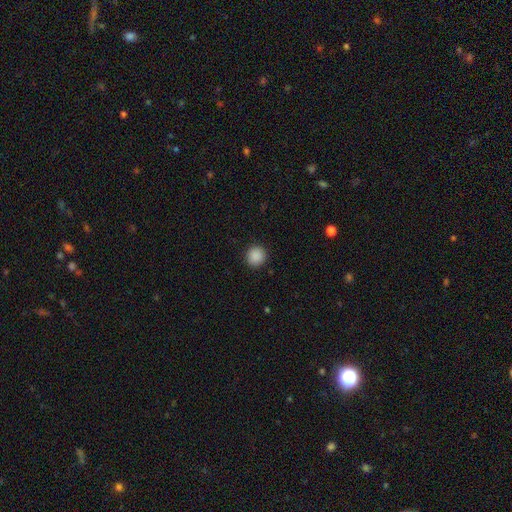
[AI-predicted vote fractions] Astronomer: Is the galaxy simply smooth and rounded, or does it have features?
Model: smooth — 89%.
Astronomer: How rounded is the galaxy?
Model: round — 93%.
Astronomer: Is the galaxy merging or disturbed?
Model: none — 92%.